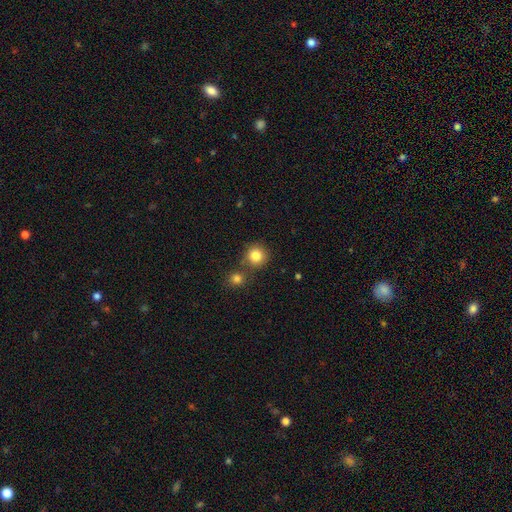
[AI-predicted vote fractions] smooth_or_featured: smooth (p=0.83) [alt: star or artifact p=0.11]
how_rounded: round (p=0.92) [alt: in between p=0.07]
merging: none (p=0.71) [alt: merger p=0.17]